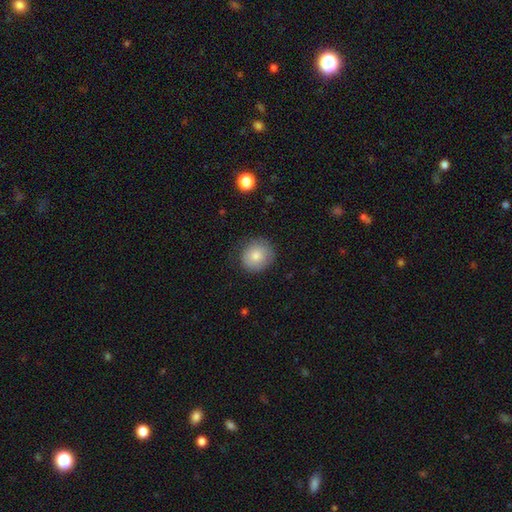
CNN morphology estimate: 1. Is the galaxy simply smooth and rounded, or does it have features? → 79% smooth, 13% featured or disk, 8% star or artifact.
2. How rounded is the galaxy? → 84% round, 15% in between, 1% cigar-shaped.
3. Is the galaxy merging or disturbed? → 80% none, 15% minor disturbance, 4% major disturbance, 1% merger.